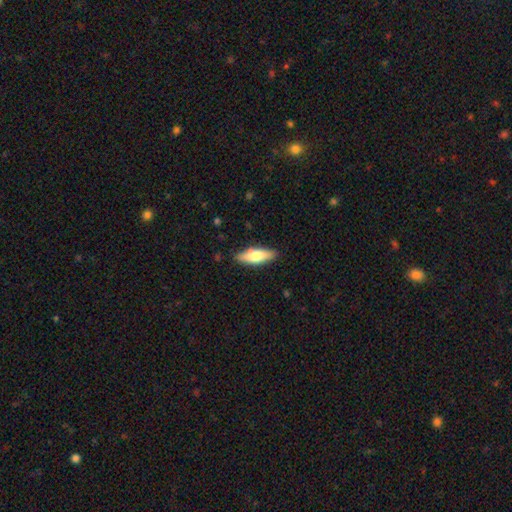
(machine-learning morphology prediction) A smooth galaxy with no disk features (69%) that is in between round and cigar-shaped (55%). Merging: none (85%).